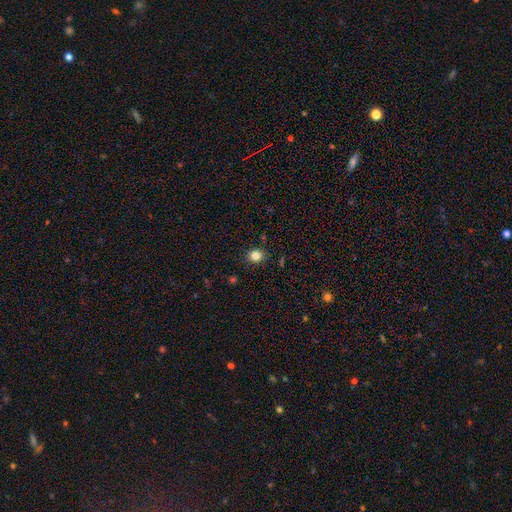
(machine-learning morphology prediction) Smooth or featured: smooth — 83% (star or artifact — 12%)
How rounded: round — 77% (in between — 22%)
Merging: none — 88% (minor disturbance — 9%)